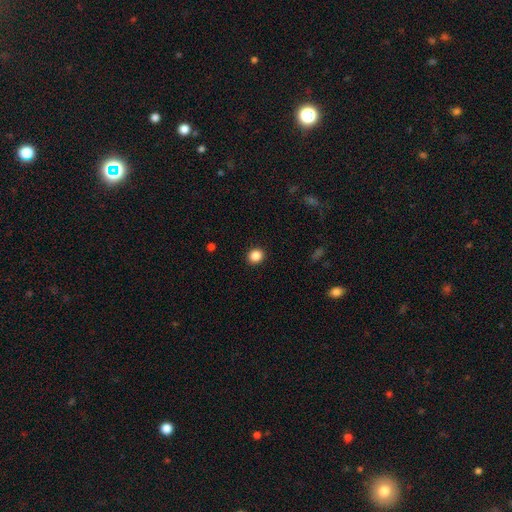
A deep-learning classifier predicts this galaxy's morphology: This appears to be a smooth galaxy with no disk features (87%) that is round (83%). Merging: none (92%).